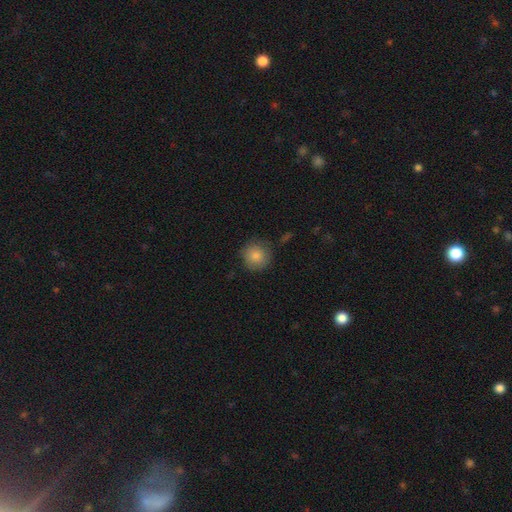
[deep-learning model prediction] Smooth or featured?
  - smooth: 85% *
  - star or artifact: 8%
  - featured or disk: 7%
How rounded?
  - round: 94% *
  - in between: 5%
  - cigar-shaped: 1%
Merging?
  - none: 83% *
  - minor disturbance: 12%
  - major disturbance: 3%
  - merger: 2%